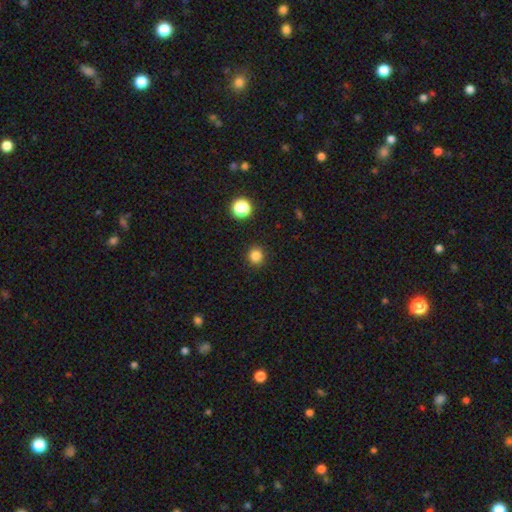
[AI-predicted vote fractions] smooth 83%, star or artifact 13%, featured or disk 4%. Down the decision tree: how rounded — round (94%); merging — none (92%).